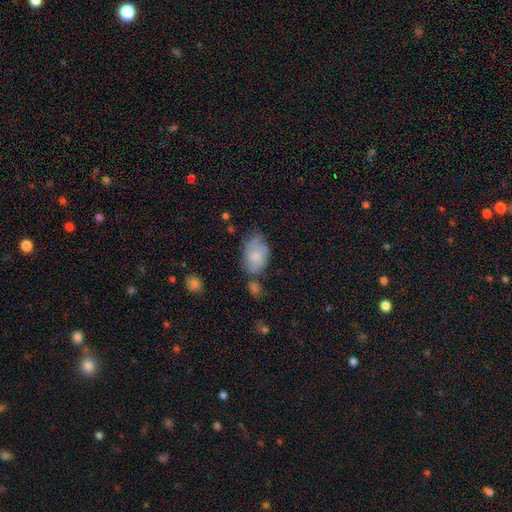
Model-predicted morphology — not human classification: type=smooth (71%); roundness=in between (89%); merging=none (44%).